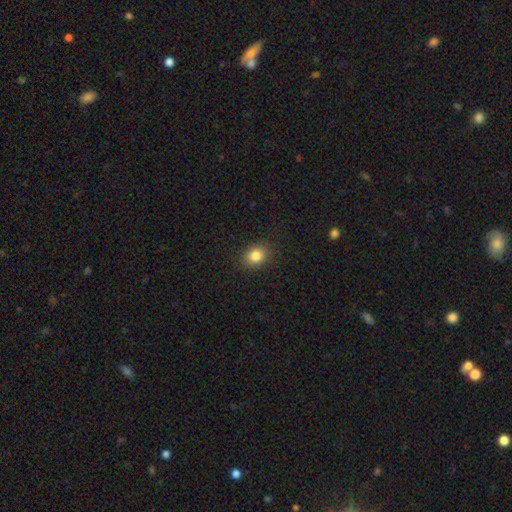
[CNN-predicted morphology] The model was most divided on "how rounded": in between: 50%, round: 49%, cigar-shaped: 1%. More confident: merging — none (88%); smooth or featured — smooth (84%).